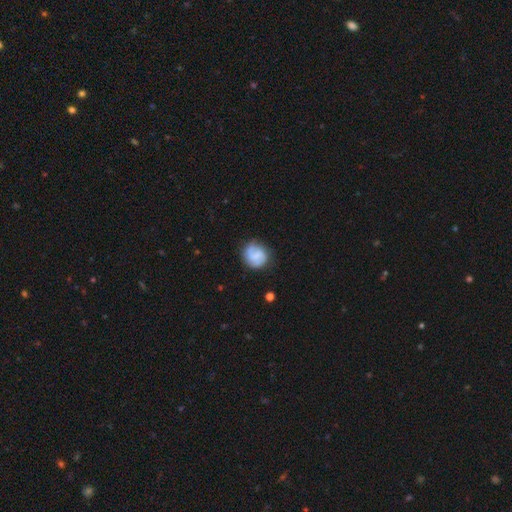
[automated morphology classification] featured or disk 50%, smooth 42%, star or artifact 8%. Down the decision tree: edge-on disk — no (98%); merging — none (72%).